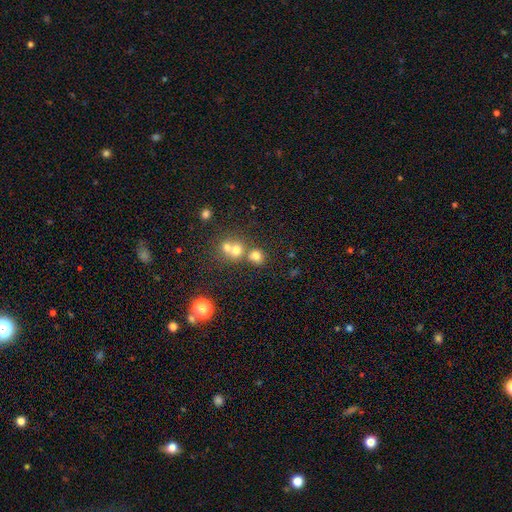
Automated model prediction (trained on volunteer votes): A smooth galaxy with no disk features (72%) that is round (80%). Merging: none (51%).